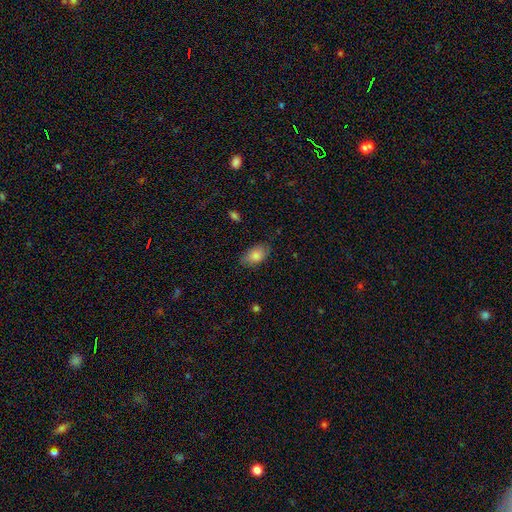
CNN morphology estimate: This appears to be a smooth galaxy with no disk features (83%) that is in between round and cigar-shaped (91%). Merging: none (79%).